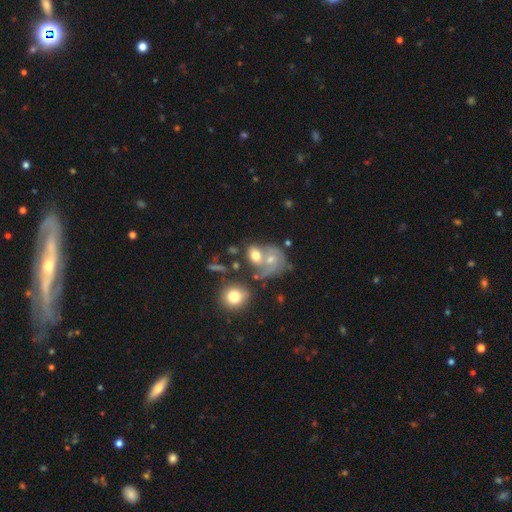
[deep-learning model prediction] Smooth or featured? Predicted: smooth (p=0.51). How rounded? Predicted: in between (p=0.53). Merging? Predicted: merger (p=0.56).